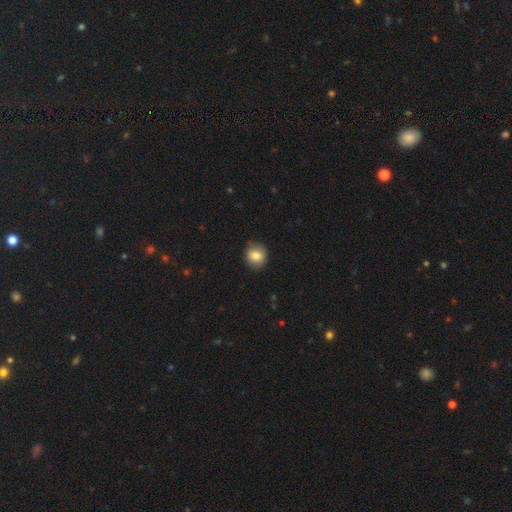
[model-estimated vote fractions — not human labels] Morphology: type=smooth (82%); roundness=round (80%); merging=none (83%).